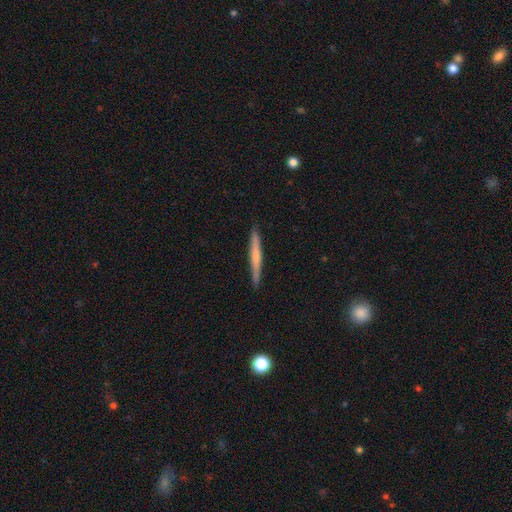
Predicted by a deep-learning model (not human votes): Q: Smooth or featured?
A: smooth (54%); runner-up: featured or disk (41%)
Q: How rounded?
A: cigar-shaped (97%); runner-up: in between (2%)
Q: Merging?
A: none (91%); runner-up: minor disturbance (7%)